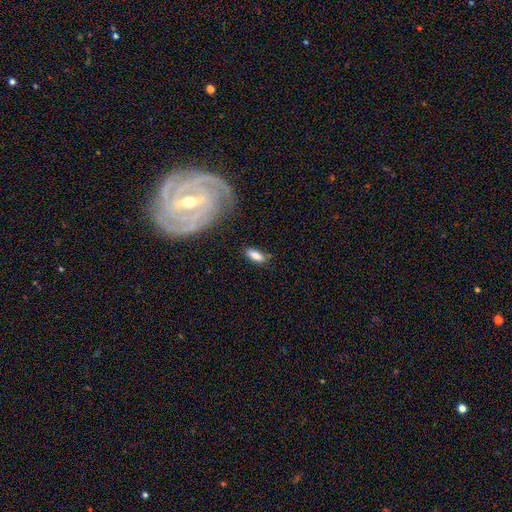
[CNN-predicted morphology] Smooth or featured: smooth — 81% (featured or disk — 11%)
How rounded: in between — 71% (cigar-shaped — 27%)
Merging: none — 77% (minor disturbance — 15%)